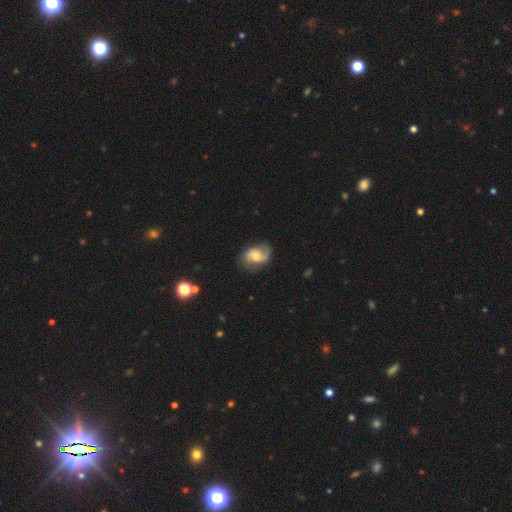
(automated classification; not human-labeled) Morphology: type=featured or disk (66%); edge-on=no (97%); bar=no (52%); spiral arms=yes (91%); winding=loose (41%, tied with medium); arm count=2 (72%); bulge=moderate (45%); merging=none (65%).